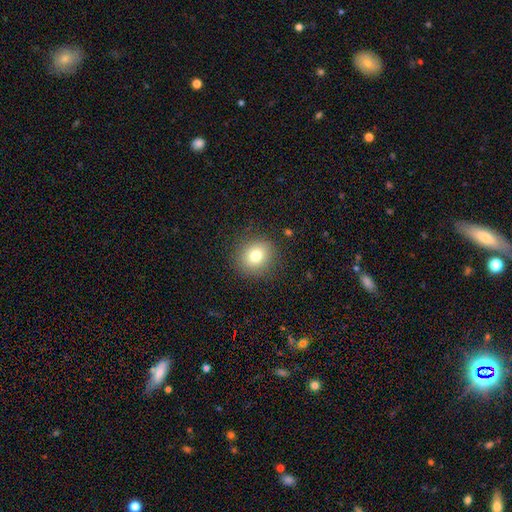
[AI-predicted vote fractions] Morphology: type=smooth (77%); roundness=round (87%); merging=none (88%).